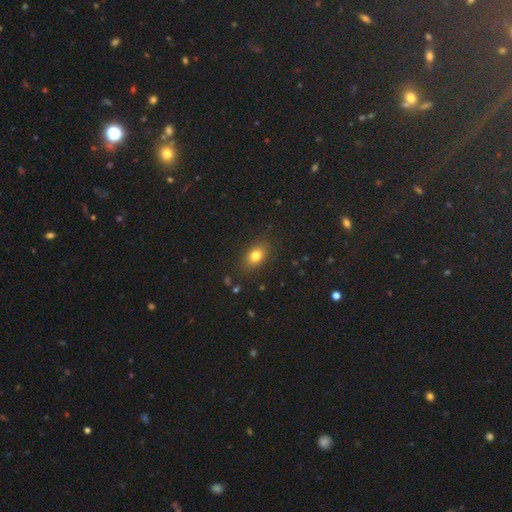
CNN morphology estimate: The model was most divided on "how rounded": in between: 76%, round: 22%, cigar-shaped: 3%. More confident: merging — none (85%); smooth or featured — smooth (80%).